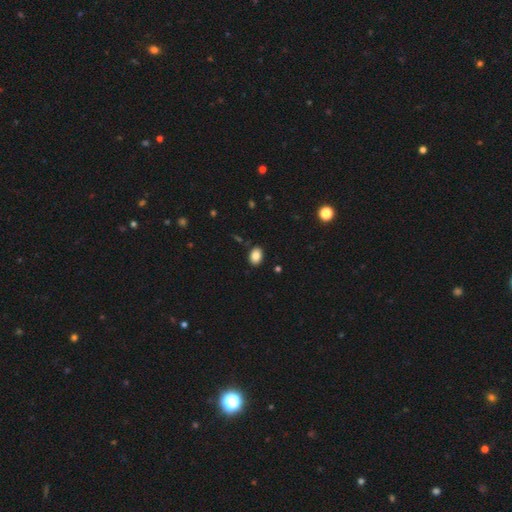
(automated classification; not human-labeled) Q: Smooth or featured?
A: smooth (85%); runner-up: star or artifact (9%)
Q: How rounded?
A: in between (78%); runner-up: round (21%)
Q: Merging?
A: none (87%); runner-up: minor disturbance (9%)